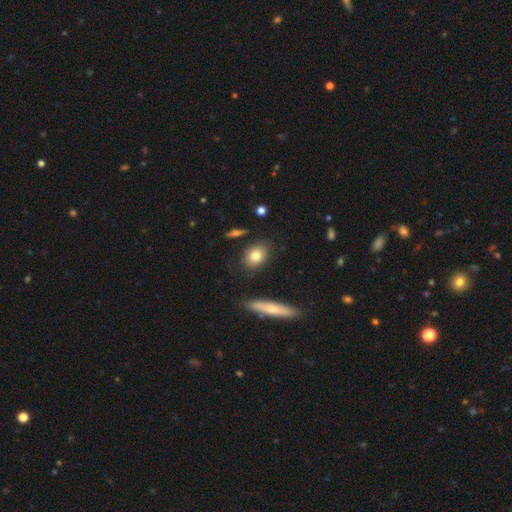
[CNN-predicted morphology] Overall: smooth (78%). How rounded: in between (67%; round 29%). Merging: none (83%).